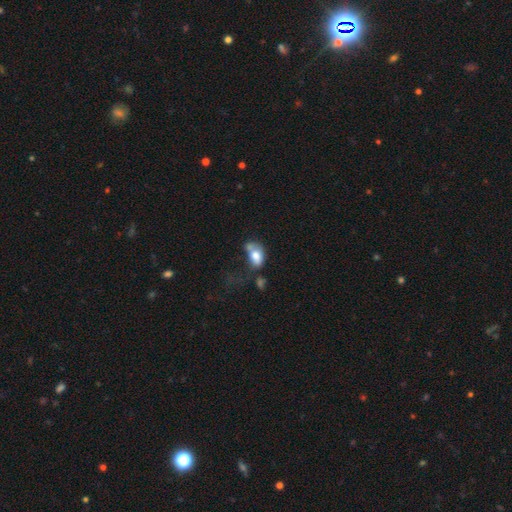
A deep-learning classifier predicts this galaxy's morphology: Smooth or featured: smooth — 71% (featured or disk — 21%)
How rounded: in between — 83% (round — 15%)
Merging: merger — 31% (major disturbance — 27%)